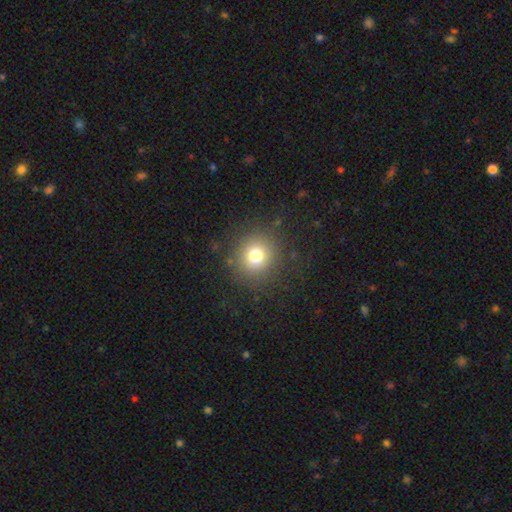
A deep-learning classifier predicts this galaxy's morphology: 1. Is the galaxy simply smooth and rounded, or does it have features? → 76% smooth, 15% star or artifact, 9% featured or disk.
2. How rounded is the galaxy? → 91% round, 8% in between, 1% cigar-shaped.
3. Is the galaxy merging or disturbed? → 87% none, 8% minor disturbance, 4% major disturbance, 1% merger.